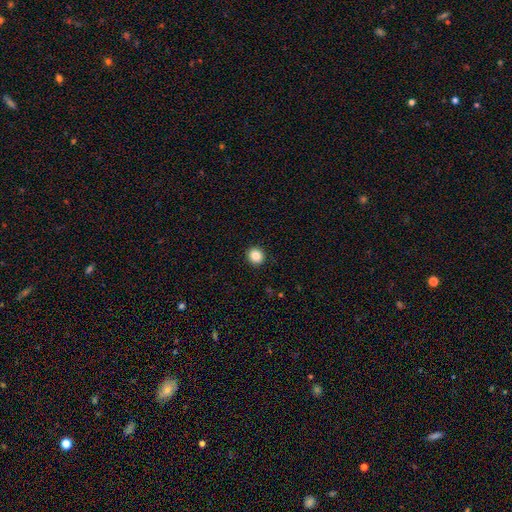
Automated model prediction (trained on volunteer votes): Morphology: type=smooth (85%); roundness=round (87%); merging=none (92%).